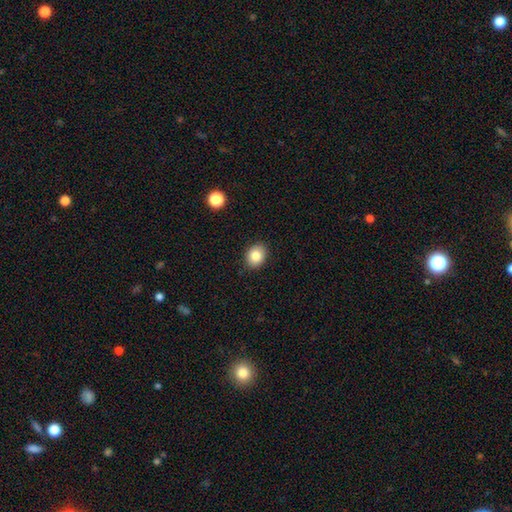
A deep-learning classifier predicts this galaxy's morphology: smooth-or-featured: smooth: 83% | star or artifact: 9% | featured or disk: 8%
  how-rounded: round: 52% | in between: 48% | cigar-shaped: 1%
  merging: none: 89% | minor disturbance: 8% | major disturbance: 2% | merger: 1%